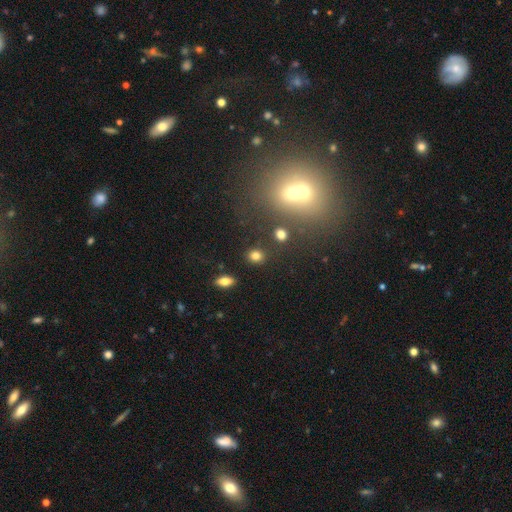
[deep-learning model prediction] This appears to be a smooth galaxy with no disk features (80%) that is round (65%). Merging: none (83%).